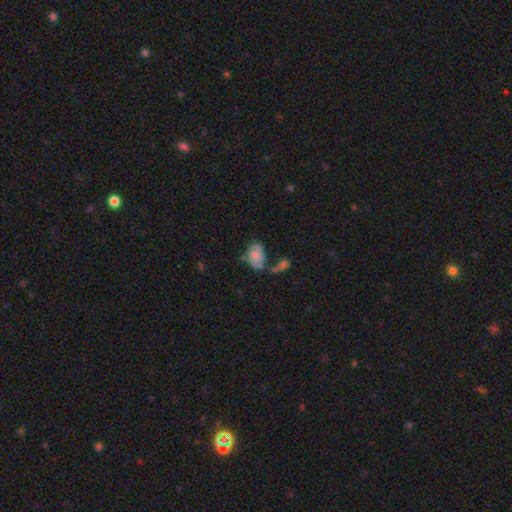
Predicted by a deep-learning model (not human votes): A smooth galaxy with no disk features (61%) that is in between round and cigar-shaped (83%). Merging: none (32%).